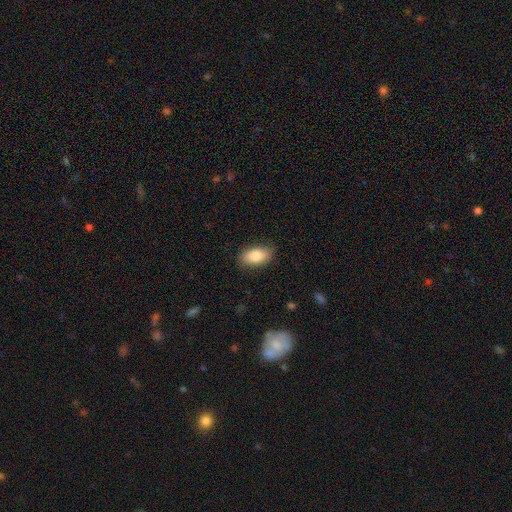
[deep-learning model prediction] smooth 84%, featured or disk 9%, star or artifact 7%. Down the decision tree: how rounded — in between (92%); merging — none (85%).